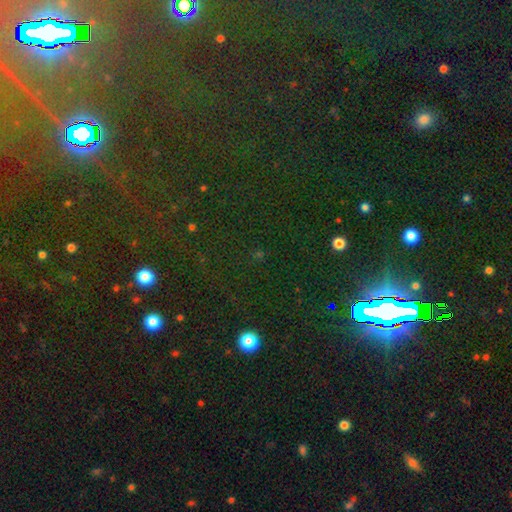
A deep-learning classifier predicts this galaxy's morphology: Smooth or featured: star or artifact — 80% (smooth — 13%)